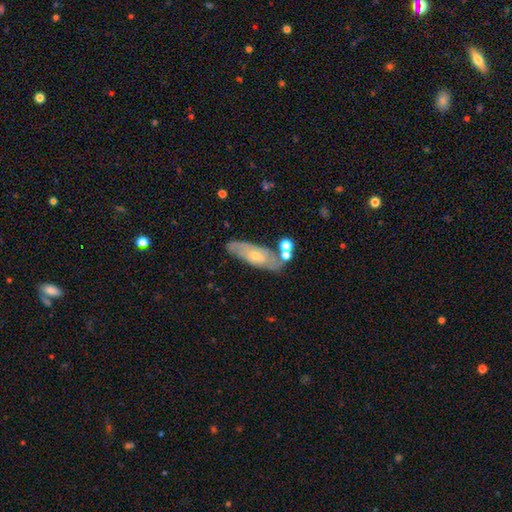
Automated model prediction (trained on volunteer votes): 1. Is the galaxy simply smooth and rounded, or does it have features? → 59% featured or disk, 33% smooth, 8% star or artifact.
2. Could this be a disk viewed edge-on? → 77% no, 23% yes.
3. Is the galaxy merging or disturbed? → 65% none, 19% minor disturbance, 10% merger, 6% major disturbance.